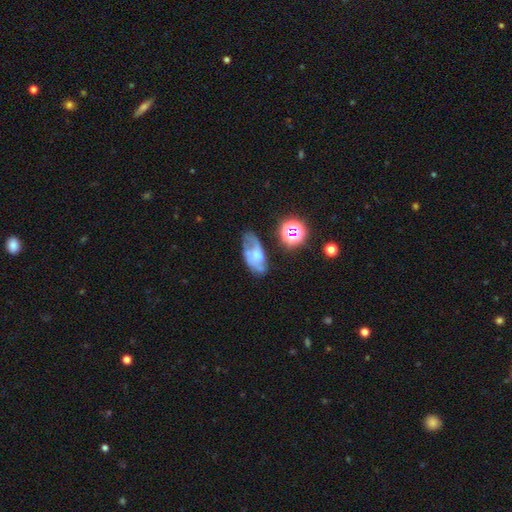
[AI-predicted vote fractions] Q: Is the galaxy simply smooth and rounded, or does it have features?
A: featured or disk — 58%.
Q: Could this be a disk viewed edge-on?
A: no — 94%.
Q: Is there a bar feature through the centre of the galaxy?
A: no — 72%.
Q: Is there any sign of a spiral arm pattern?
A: yes — 71%.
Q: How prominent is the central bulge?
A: moderate — 36%.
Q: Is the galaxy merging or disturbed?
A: none — 50%.